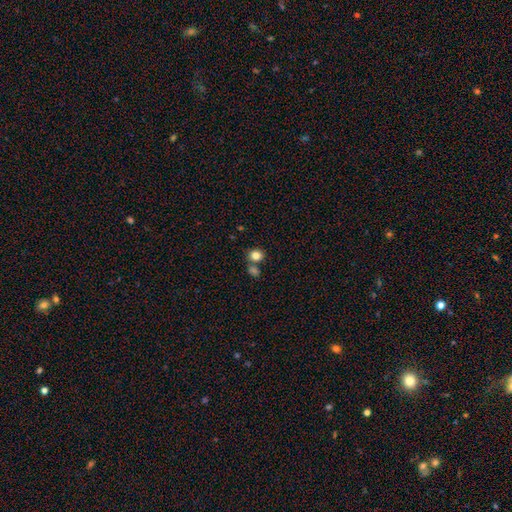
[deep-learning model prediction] Morphology: type=smooth (83%); roundness=round (68%); merging=none (65%).